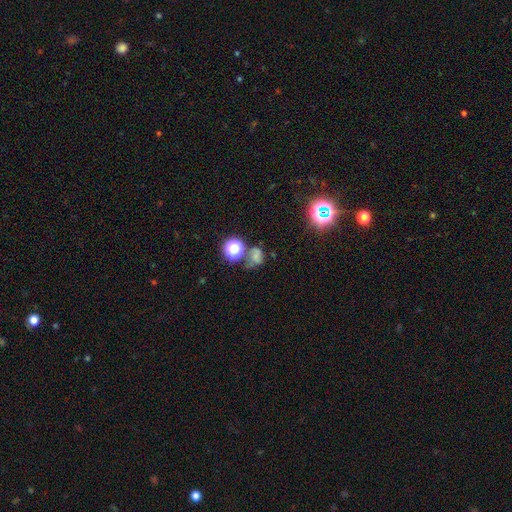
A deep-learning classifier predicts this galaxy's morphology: type=smooth (54%); roundness=round (55%); merging=none (47%).